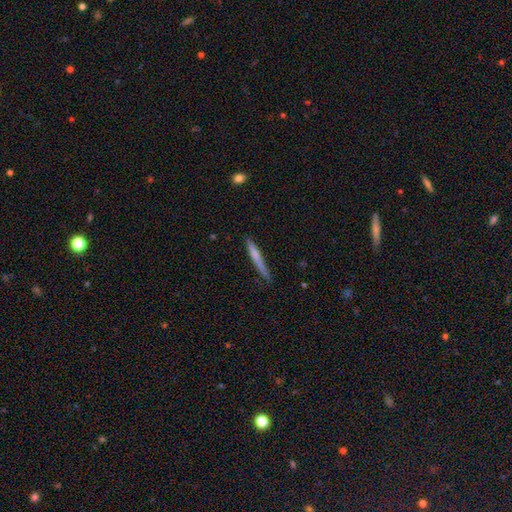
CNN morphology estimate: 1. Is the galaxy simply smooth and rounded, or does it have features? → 63% smooth, 31% featured or disk, 6% star or artifact.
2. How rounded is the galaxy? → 96% cigar-shaped, 3% in between, 1% round.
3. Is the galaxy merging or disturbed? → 79% none, 17% minor disturbance, 3% major disturbance, 2% merger.